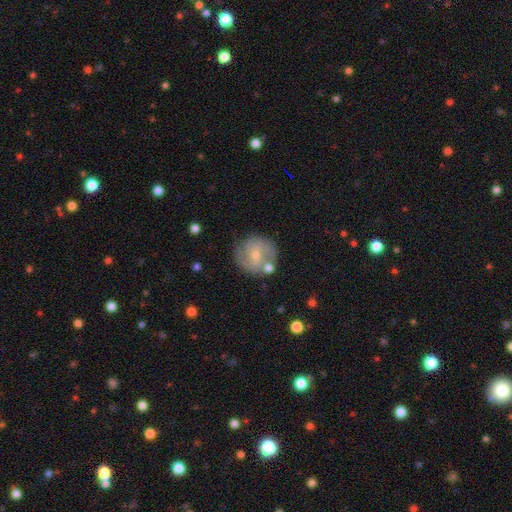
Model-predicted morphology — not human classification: Q: Smooth or featured?
A: featured or disk (61%); runner-up: smooth (32%)
Q: Edge-on disk?
A: no (97%); runner-up: yes (3%)
Q: Bar?
A: no (47%); runner-up: weak (44%)
Q: Spiral arms?
A: yes (83%); runner-up: no (17%)
Q: Bulge size?
A: small (68%); runner-up: moderate (27%)
Q: Merging?
A: none (67%); runner-up: minor disturbance (16%)